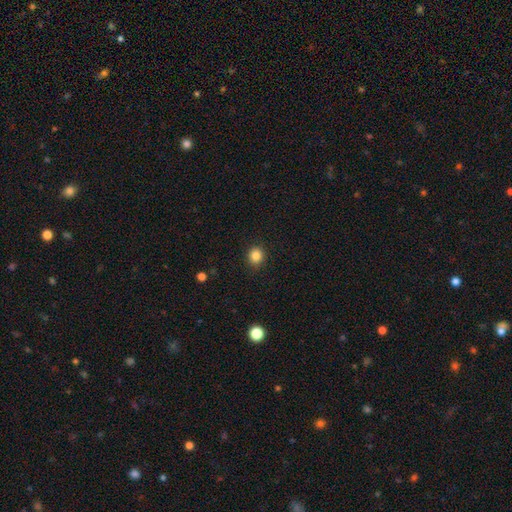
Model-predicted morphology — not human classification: smooth_or_featured: smooth (p=0.85) [alt: star or artifact p=0.11]
how_rounded: round (p=0.82) [alt: in between p=0.17]
merging: none (p=0.90) [alt: minor disturbance p=0.07]